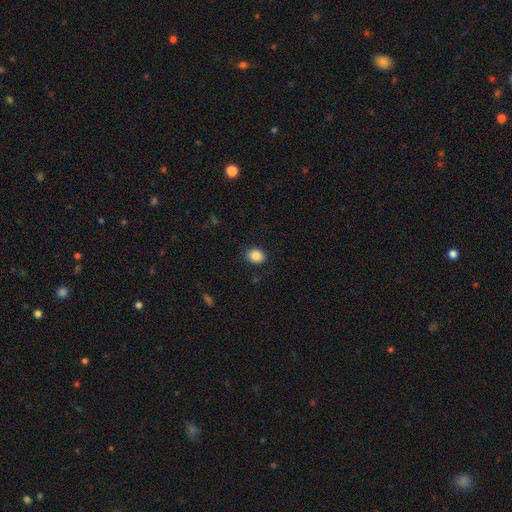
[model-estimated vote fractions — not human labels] smooth-or-featured: smooth: 86% | star or artifact: 9% | featured or disk: 5%
  how-rounded: round: 55% | in between: 44% | cigar-shaped: 1%
  merging: none: 87% | minor disturbance: 9% | major disturbance: 2% | merger: 1%